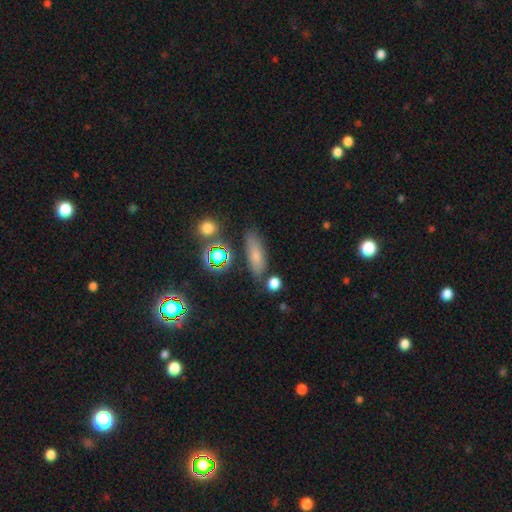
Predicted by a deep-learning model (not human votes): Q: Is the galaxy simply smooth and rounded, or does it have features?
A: smooth — 65%.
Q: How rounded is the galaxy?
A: in between — 53%.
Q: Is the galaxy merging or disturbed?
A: none — 77%.